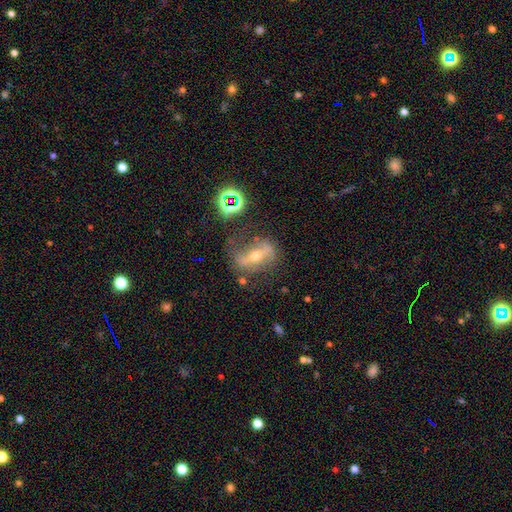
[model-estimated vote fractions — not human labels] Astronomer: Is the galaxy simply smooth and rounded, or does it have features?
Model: featured or disk — 72%.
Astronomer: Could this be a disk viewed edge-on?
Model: no — 80%.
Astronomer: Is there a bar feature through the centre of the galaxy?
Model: strong — 67%.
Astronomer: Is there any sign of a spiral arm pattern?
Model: yes — 68%.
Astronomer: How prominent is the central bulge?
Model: moderate — 59% (runner-up: small, 36%).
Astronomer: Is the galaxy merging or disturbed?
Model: none — 62%.